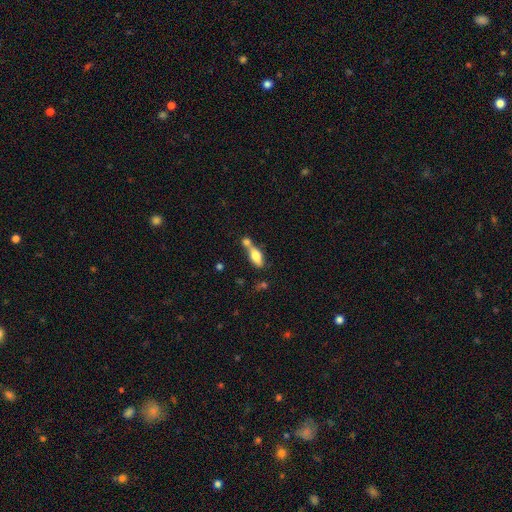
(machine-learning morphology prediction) type=smooth (71%); roundness=in between (75%); merging=merger (52%).